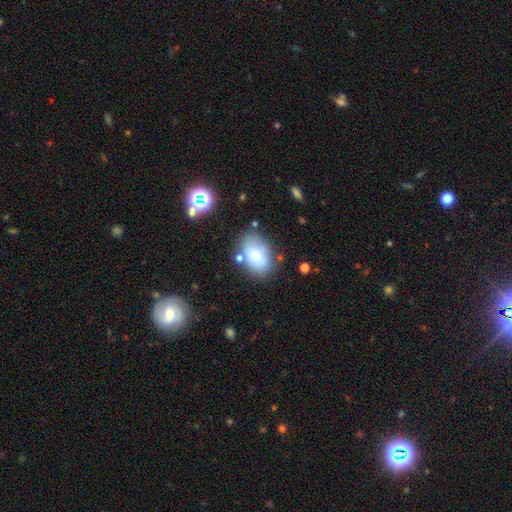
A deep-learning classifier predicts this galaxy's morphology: smooth-or-featured: smooth: 71% | featured or disk: 20% | star or artifact: 9%
  how-rounded: in between: 83% | round: 16% | cigar-shaped: 1%
  merging: none: 70% | minor disturbance: 18% | merger: 7% | major disturbance: 5%